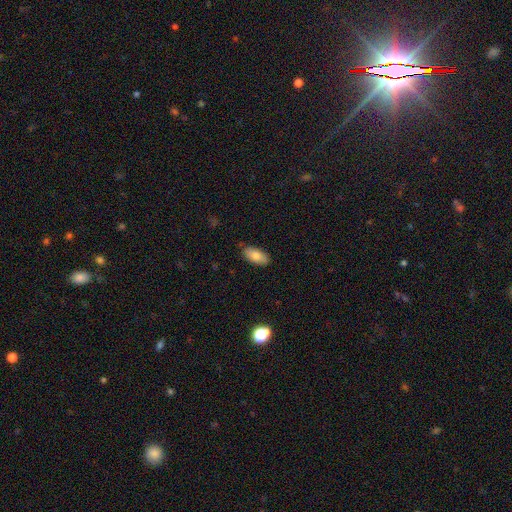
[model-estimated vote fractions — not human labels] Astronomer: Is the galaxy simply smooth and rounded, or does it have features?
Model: smooth — 81%.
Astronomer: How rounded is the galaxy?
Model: in between — 92%.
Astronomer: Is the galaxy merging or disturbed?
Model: none — 85%.